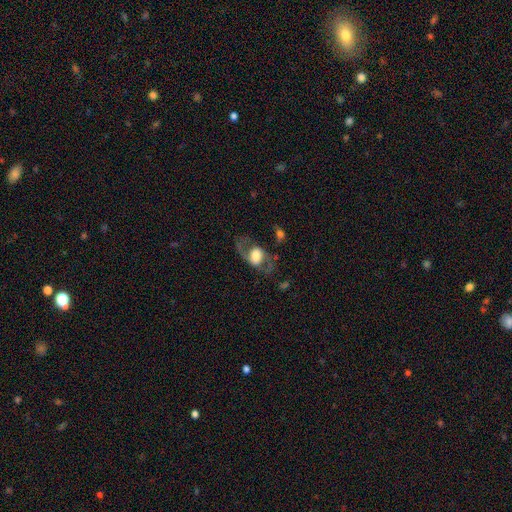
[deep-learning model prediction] A featured or disk galaxy (66%) with no bar (51%), spiral arms (77%) and a large central bulge (52%).

Vote fractions:
- Smooth or featured? featured or disk: 66% / smooth: 27% / star or artifact: 7%
- Edge-on disk? no: 92% / yes: 8%
- Bar? no: 51% / weak: 36% / strong: 13%
- Spiral arms? yes: 77% / no: 23%
- Bulge size? large: 52% / moderate: 25% / dominant: 13% / small: 7% / none: 4%
- Merging? none: 57% / major disturbance: 22% / minor disturbance: 18% / merger: 3%